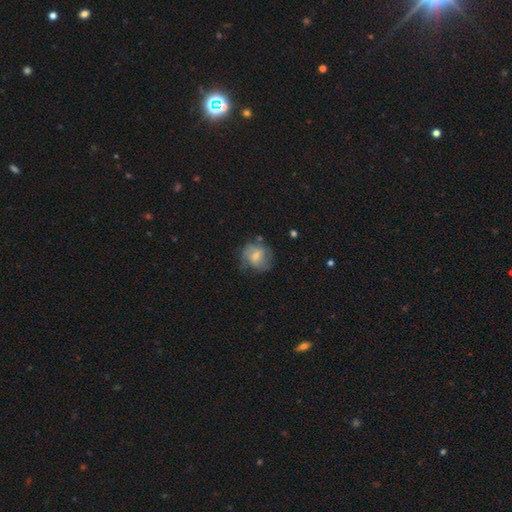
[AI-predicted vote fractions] Smooth or featured?
  - smooth: 51% *
  - featured or disk: 42%
  - star or artifact: 8%
How rounded?
  - round: 75% *
  - in between: 24%
  - cigar-shaped: 1%
Merging?
  - none: 57% *
  - minor disturbance: 27%
  - major disturbance: 13%
  - merger: 3%